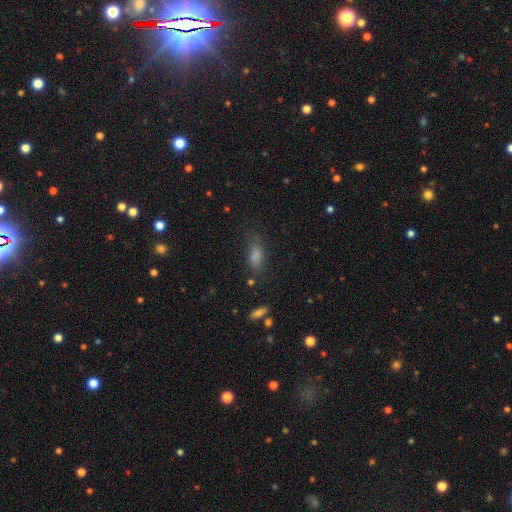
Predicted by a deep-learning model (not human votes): Smooth or featured? Predicted: smooth (p=0.71). How rounded? Predicted: in between (p=0.72). Merging? Predicted: none (p=0.66).